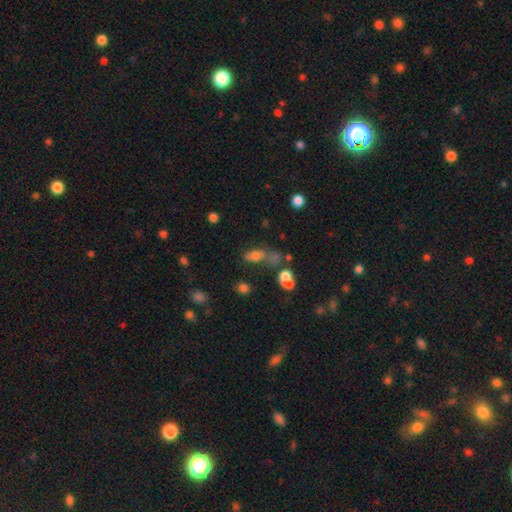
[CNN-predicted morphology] The model was most divided on "merging": merger: 32%, none: 31%, major disturbance: 20%, minor disturbance: 17%. More confident: how rounded — in between (66%); smooth or featured — smooth (63%).